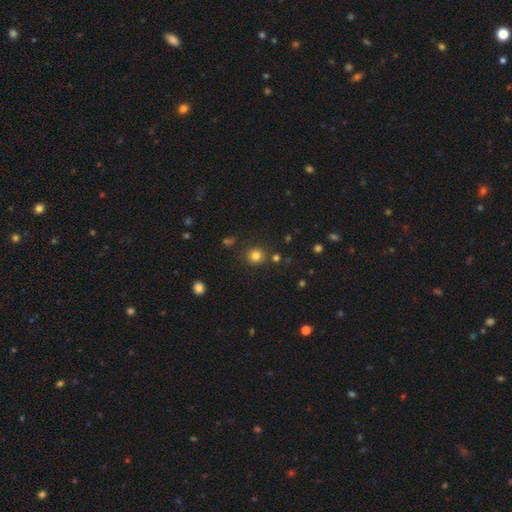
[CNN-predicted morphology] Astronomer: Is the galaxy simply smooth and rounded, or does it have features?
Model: smooth — 80%.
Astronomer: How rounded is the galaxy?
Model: round — 88%.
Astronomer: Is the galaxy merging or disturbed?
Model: none — 83%.